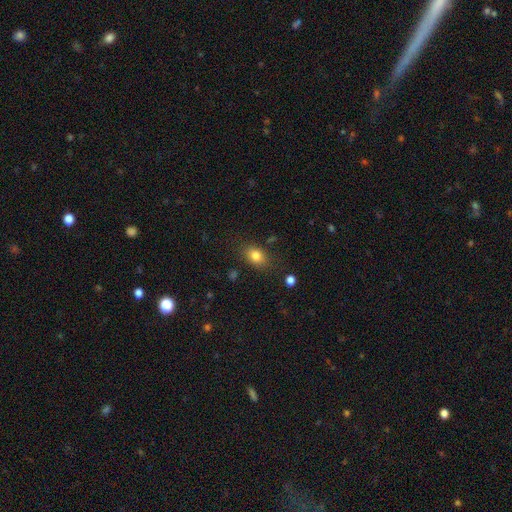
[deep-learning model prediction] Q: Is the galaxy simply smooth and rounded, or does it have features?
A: smooth — 81%.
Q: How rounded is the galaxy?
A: in between — 73%.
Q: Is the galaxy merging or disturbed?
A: none — 80%.